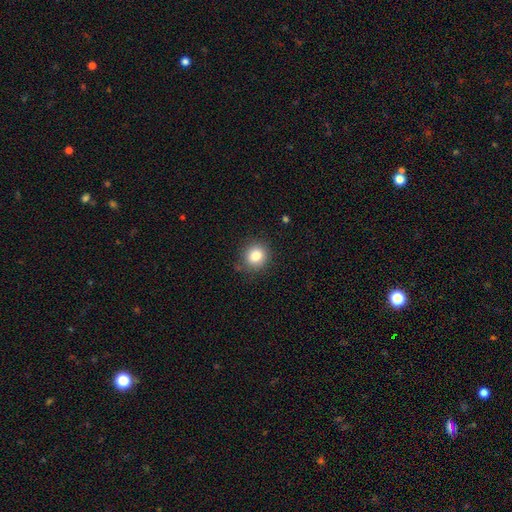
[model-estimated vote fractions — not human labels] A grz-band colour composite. It shows a smooth galaxy with no disk features (84%) that is round (84%). Merging: none (85%).